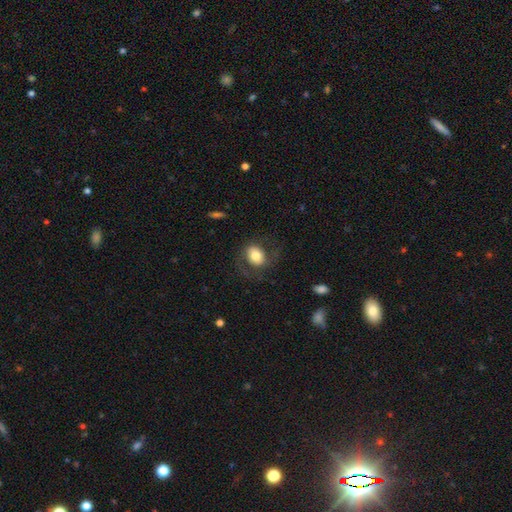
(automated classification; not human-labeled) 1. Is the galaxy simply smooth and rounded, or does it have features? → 67% smooth, 25% featured or disk, 8% star or artifact.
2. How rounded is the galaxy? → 56% in between, 43% round, 1% cigar-shaped.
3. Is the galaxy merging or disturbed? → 66% none, 17% minor disturbance, 15% major disturbance, 1% merger.